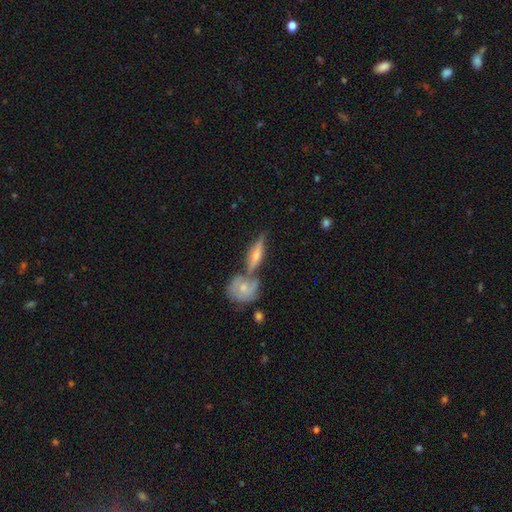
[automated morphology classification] A featured or disk galaxy (62%) viewed edge-on (84%) with a rounded central bulge (85%). Merging: none (53%).